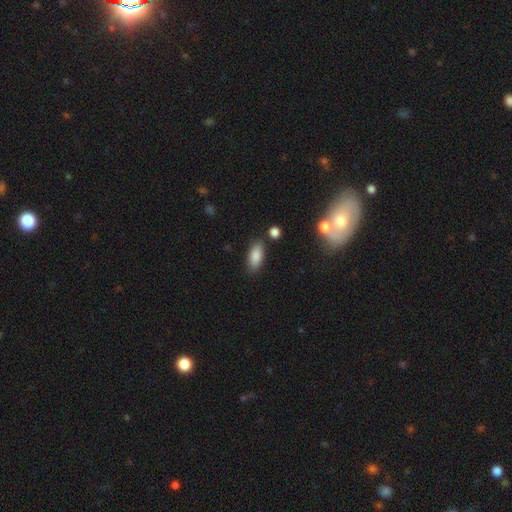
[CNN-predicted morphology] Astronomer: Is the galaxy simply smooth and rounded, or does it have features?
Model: smooth — 86%.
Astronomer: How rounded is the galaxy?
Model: in between — 85%.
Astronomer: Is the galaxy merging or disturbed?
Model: none — 82%.